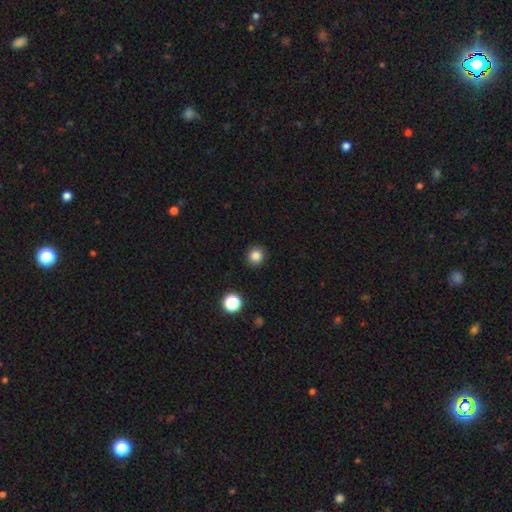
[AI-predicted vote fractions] Smooth or featured: smooth — 84% (star or artifact — 12%)
How rounded: round — 92% (in between — 7%)
Merging: none — 91% (minor disturbance — 6%)